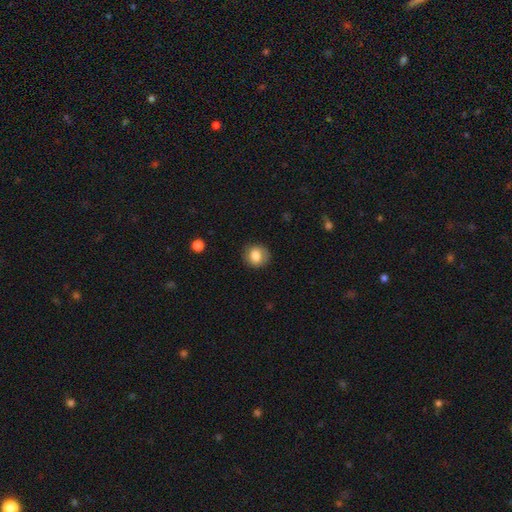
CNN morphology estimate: smooth 81%, featured or disk 10%, star or artifact 9%. Down the decision tree: how rounded — round (80%); merging — none (83%).